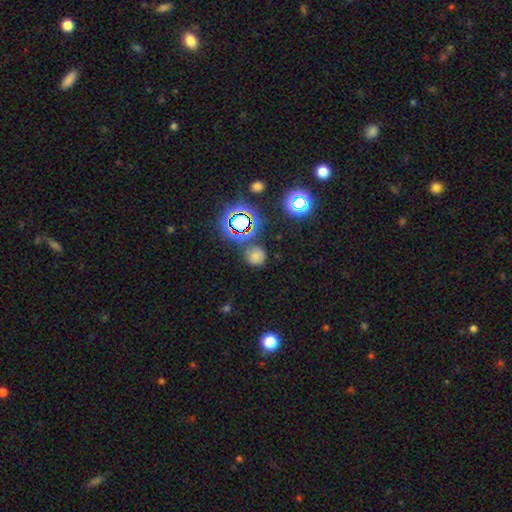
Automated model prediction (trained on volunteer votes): smooth 63%, star or artifact 29%, featured or disk 8%. Down the decision tree: how rounded — round (89%); merging — none (75%).